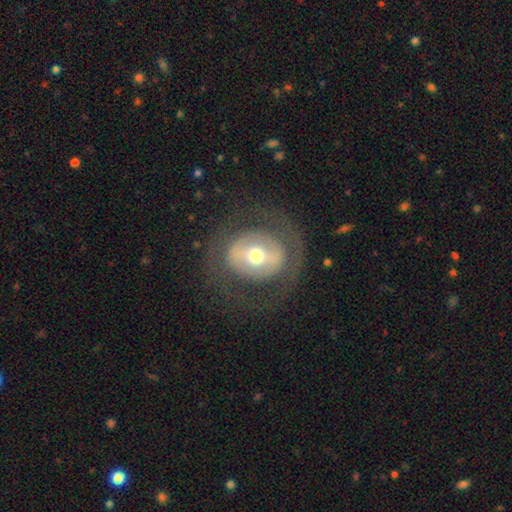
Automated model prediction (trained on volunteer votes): This appears to be a featured or disk galaxy (62%) with no bar (35%), no spiral arms (72%) and a moderate central bulge (67%). Merging: none (74%).